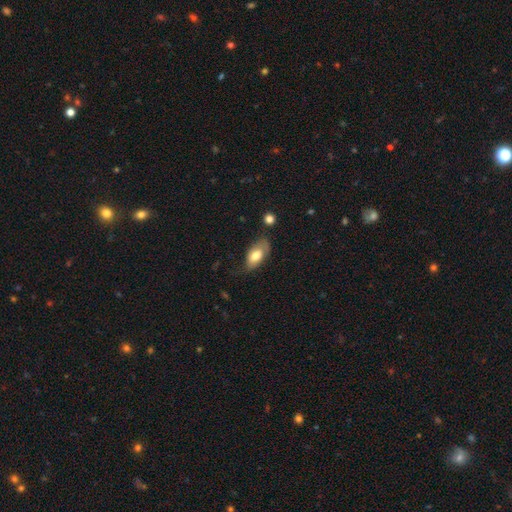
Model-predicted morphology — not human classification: Overall: smooth (69%). How rounded: in between (91%). Merging: none (51%; minor disturbance 33%).